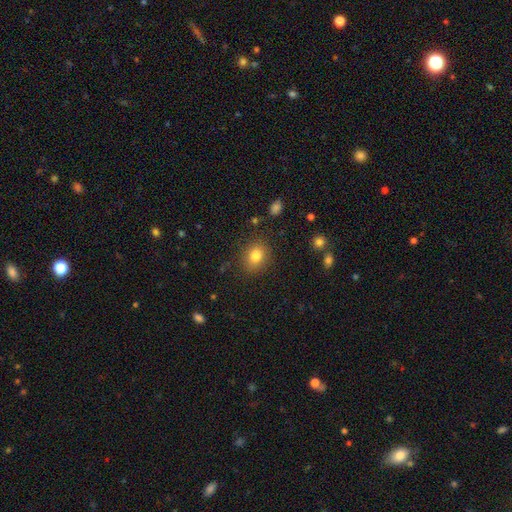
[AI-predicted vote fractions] Smooth or featured? Predicted: smooth (p=0.81). How rounded? Predicted: round (p=0.62). Merging? Predicted: none (p=0.86).